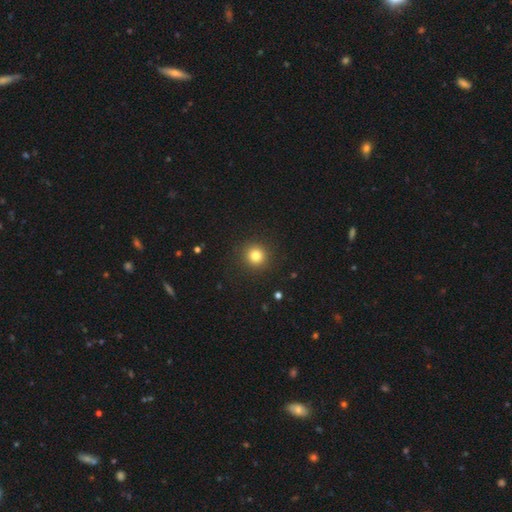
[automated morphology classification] Overall: smooth (81%). How rounded: round (94%). Merging: none (92%).